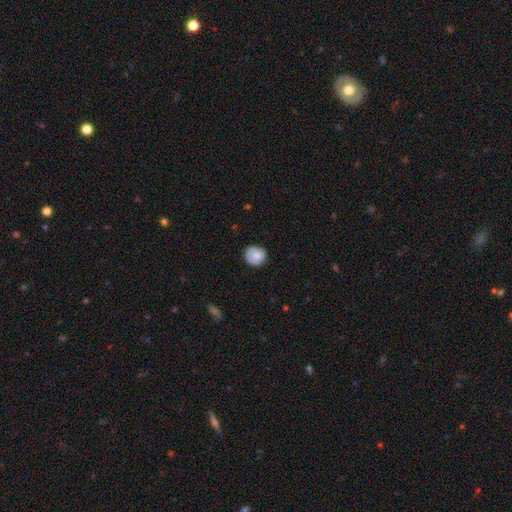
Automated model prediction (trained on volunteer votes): Smooth or featured? Predicted: smooth (p=0.77). How rounded? Predicted: round (p=0.88). Merging? Predicted: none (p=0.79).